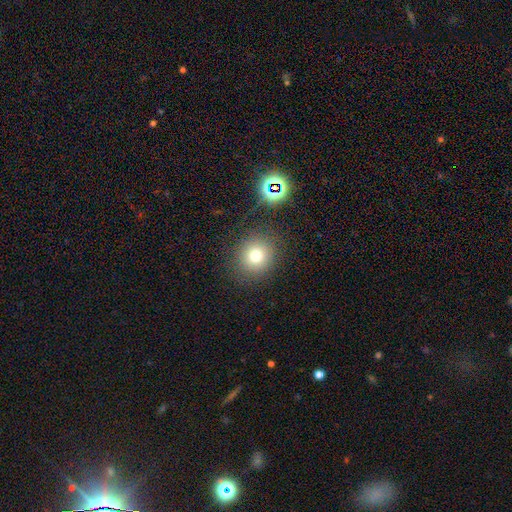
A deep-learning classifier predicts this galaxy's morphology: Smooth or featured?
  - smooth: 74% *
  - star or artifact: 16%
  - featured or disk: 10%
How rounded?
  - round: 85% *
  - in between: 14%
  - cigar-shaped: 1%
Merging?
  - none: 84% *
  - minor disturbance: 9%
  - major disturbance: 4%
  - merger: 3%